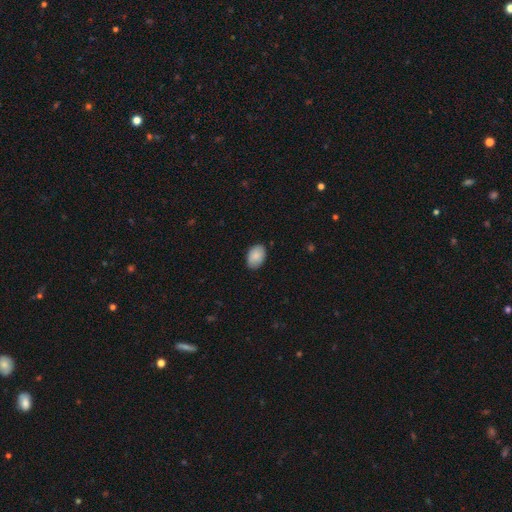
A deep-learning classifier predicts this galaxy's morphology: This is clearly a smooth galaxy (88%). How rounded: clearly in between (85%). Merging: clearly none (84%).